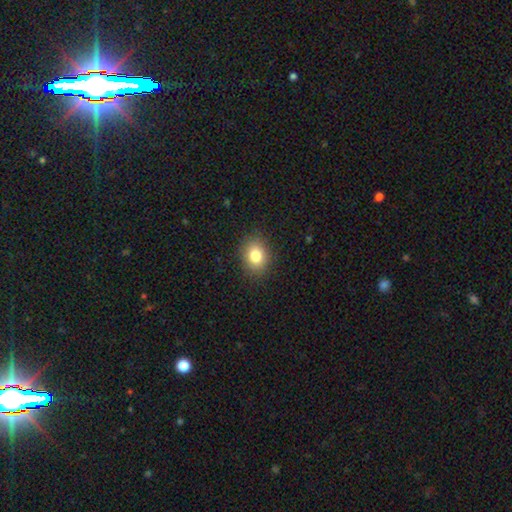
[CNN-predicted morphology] smooth-or-featured: smooth: 81% | star or artifact: 11% | featured or disk: 8%
  how-rounded: in between: 51% | round: 48% | cigar-shaped: 1%
  merging: none: 89% | minor disturbance: 8% | major disturbance: 3% | merger: 1%